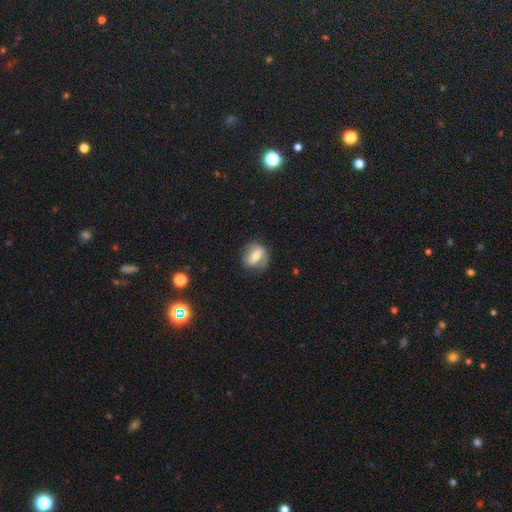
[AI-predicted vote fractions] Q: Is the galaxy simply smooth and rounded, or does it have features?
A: smooth — 47%.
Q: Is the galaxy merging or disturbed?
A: none — 66%.